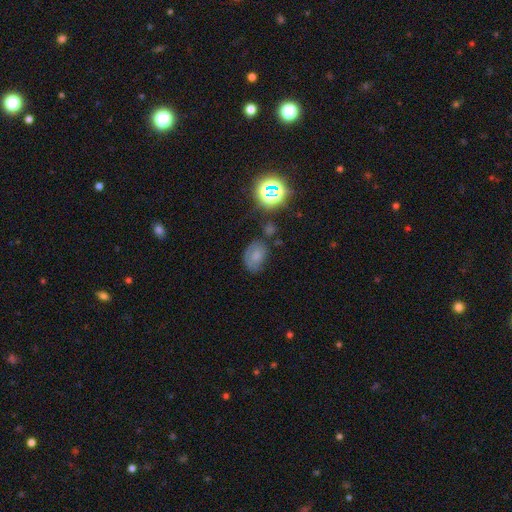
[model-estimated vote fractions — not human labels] smooth-or-featured: smooth: 56% | featured or disk: 25% | star or artifact: 19%
  how-rounded: in between: 74% | round: 25% | cigar-shaped: 1%
  merging: none: 54% | minor disturbance: 27% | major disturbance: 12% | merger: 7%